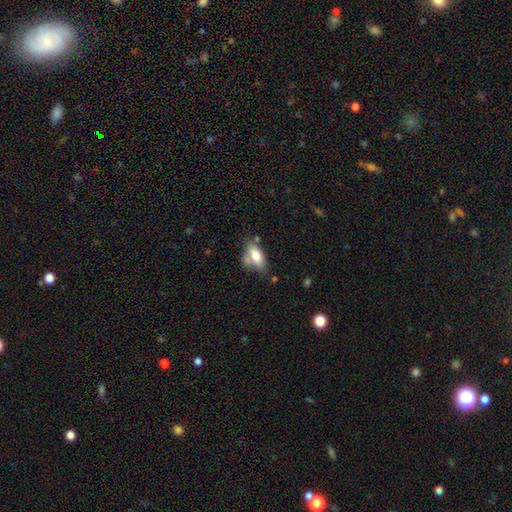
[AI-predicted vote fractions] smooth_or_featured: smooth (p=0.75) [alt: featured or disk p=0.17]
how_rounded: in between (p=0.87) [alt: cigar-shaped p=0.08]
merging: none (p=0.48) [alt: minor disturbance p=0.27]